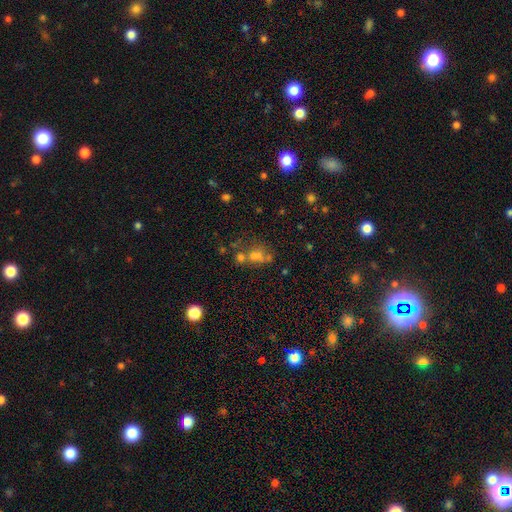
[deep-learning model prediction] Smooth or featured? Predicted: smooth (p=0.49). Merging? Predicted: none (p=0.43).